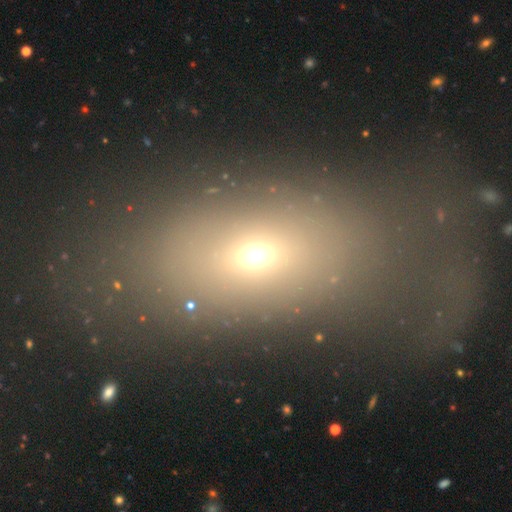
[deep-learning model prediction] Overall: smooth (62%). How rounded: in between (78%). Merging: none (62%).